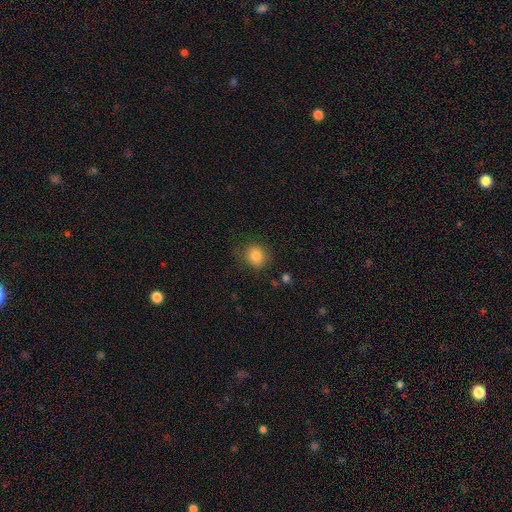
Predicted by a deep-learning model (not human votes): The model was most divided on "how rounded": round: 81%, in between: 18%, cigar-shaped: 1%. More confident: smooth or featured — smooth (84%); merging — none (82%).